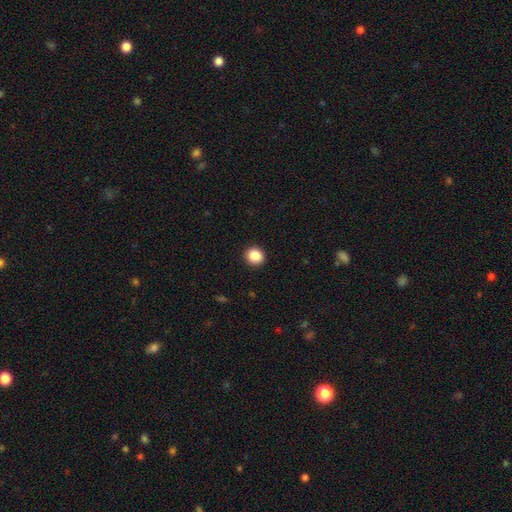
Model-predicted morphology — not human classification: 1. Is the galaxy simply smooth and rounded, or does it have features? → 87% smooth, 9% star or artifact, 3% featured or disk.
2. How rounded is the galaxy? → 84% round, 15% in between, 1% cigar-shaped.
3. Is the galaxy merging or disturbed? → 92% none, 6% minor disturbance, 2% major disturbance, 1% merger.